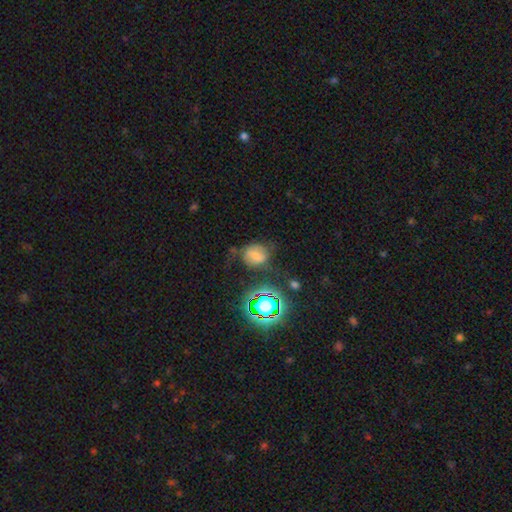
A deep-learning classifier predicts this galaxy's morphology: A smooth galaxy with no disk features (51%) that is round (56%). Merging: none (53%).